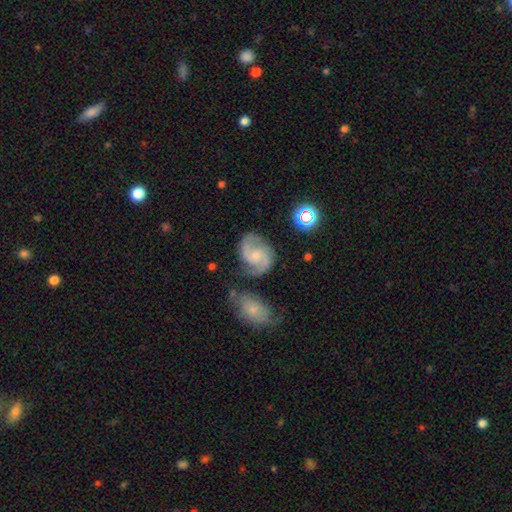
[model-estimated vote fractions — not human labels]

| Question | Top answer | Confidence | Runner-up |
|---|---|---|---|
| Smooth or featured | featured or disk | 85% | smooth (8%) |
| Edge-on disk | no | 98% | yes (2%) |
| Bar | no | 53% | weak (39%) |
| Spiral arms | yes | 97% | no (3%) |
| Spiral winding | medium | 57% | loose (25%) |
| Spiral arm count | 2 | 91% | can't tell (3%) |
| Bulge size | small | 53% | moderate (24%) |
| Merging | none | 67% | minor disturbance (18%) |